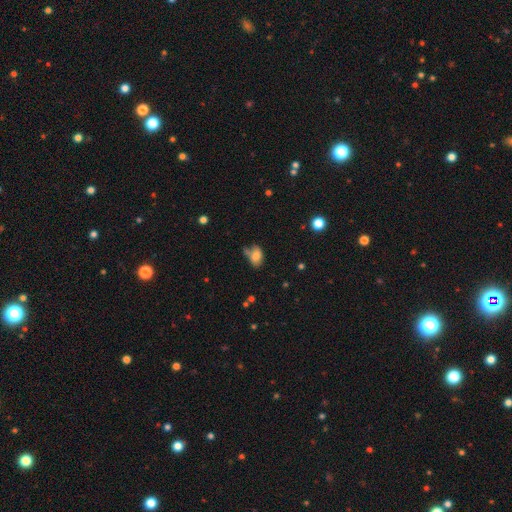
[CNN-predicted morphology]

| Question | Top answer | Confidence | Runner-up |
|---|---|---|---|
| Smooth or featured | smooth | 77% | featured or disk (13%) |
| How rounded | in between | 82% | round (16%) |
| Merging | none | 48% | minor disturbance (26%) |